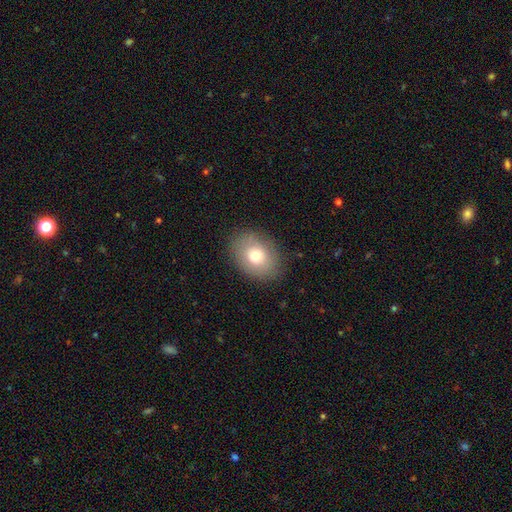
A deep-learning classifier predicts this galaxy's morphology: smooth_or_featured: smooth (p=0.73) [alt: featured or disk p=0.17]
how_rounded: in between (p=0.59) [alt: round p=0.40]
merging: none (p=0.84) [alt: minor disturbance p=0.11]